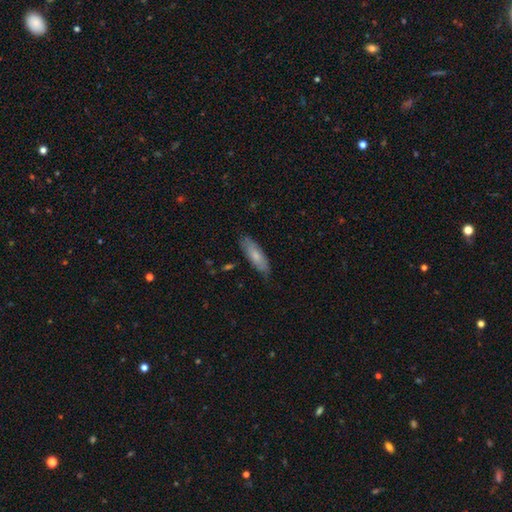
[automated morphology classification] Smooth or featured?
  - smooth: 72% *
  - featured or disk: 22%
  - star or artifact: 6%
How rounded?
  - in between: 53% *
  - cigar-shaped: 45%
  - round: 2%
Merging?
  - none: 80% *
  - minor disturbance: 16%
  - major disturbance: 3%
  - merger: 1%